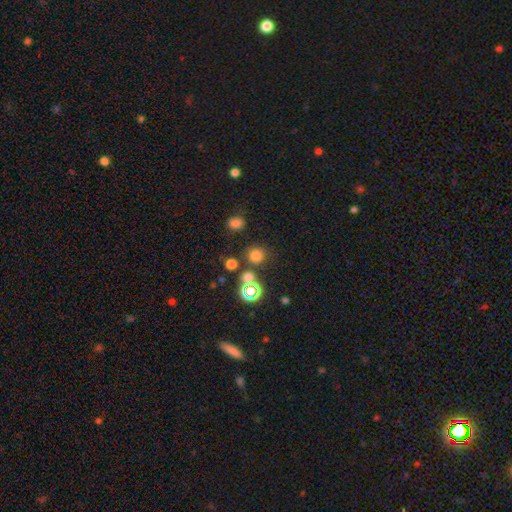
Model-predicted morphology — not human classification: smooth_or_featured: smooth (p=0.71) [alt: star or artifact p=0.23]
how_rounded: round (p=0.90) [alt: in between p=0.09]
merging: none (p=0.77) [alt: merger p=0.11]